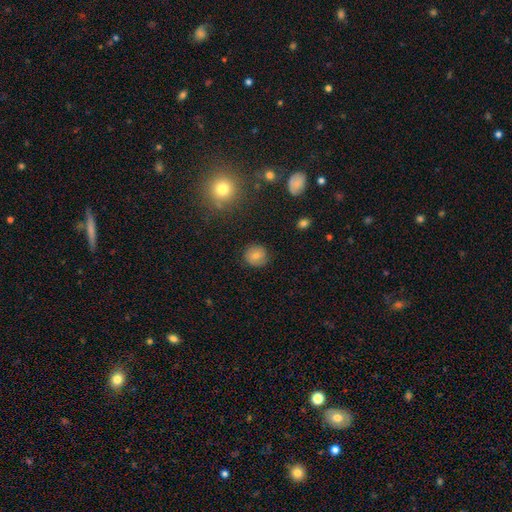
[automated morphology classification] smooth_or_featured: smooth (p=0.71) [alt: featured or disk p=0.17]
how_rounded: round (p=0.90) [alt: in between p=0.09]
merging: none (p=0.86) [alt: minor disturbance p=0.10]